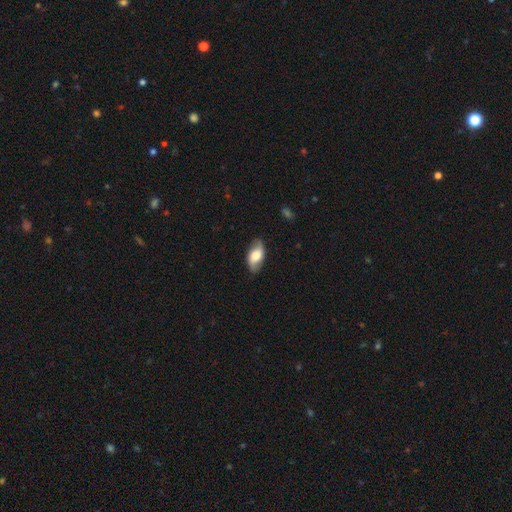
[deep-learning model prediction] smooth_or_featured: smooth (p=0.52) [alt: featured or disk p=0.41]
how_rounded: in between (p=0.92) [alt: round p=0.04]
merging: none (p=0.81) [alt: minor disturbance p=0.14]